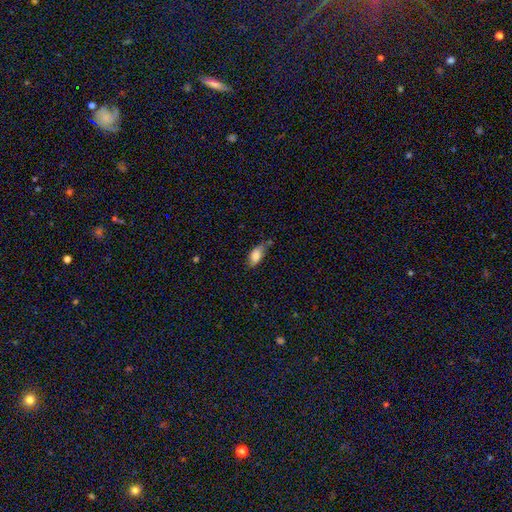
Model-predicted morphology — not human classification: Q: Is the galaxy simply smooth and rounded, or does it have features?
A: smooth — 77%.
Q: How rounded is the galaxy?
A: in between — 86%.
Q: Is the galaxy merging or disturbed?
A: none — 50%.